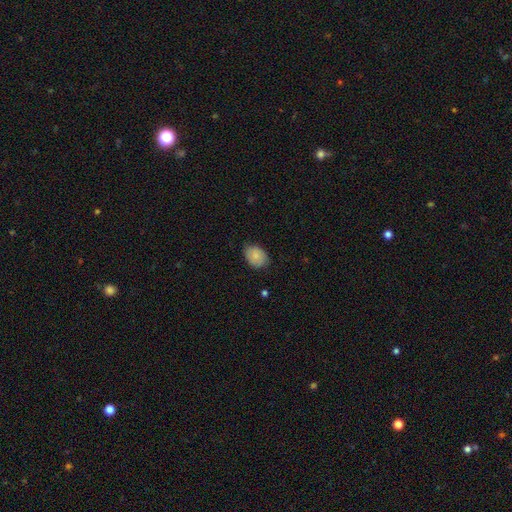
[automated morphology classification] A smooth galaxy with no disk features (82%) that is in between round and cigar-shaped (72%). Merging: none (75%).